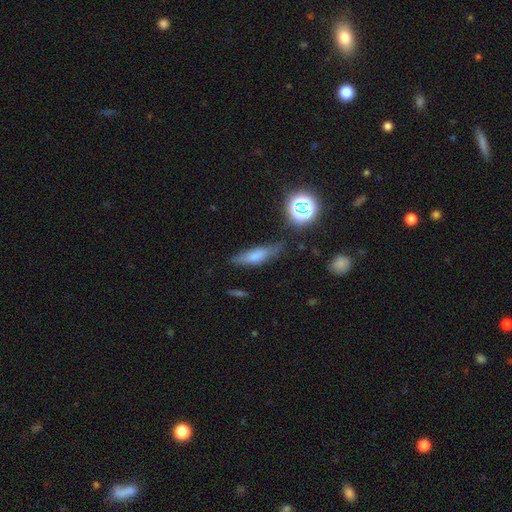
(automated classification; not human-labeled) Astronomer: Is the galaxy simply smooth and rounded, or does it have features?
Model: smooth — 64%.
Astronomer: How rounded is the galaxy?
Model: cigar-shaped — 58% (runner-up: in between, 39%).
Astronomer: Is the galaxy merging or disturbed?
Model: none — 66%.